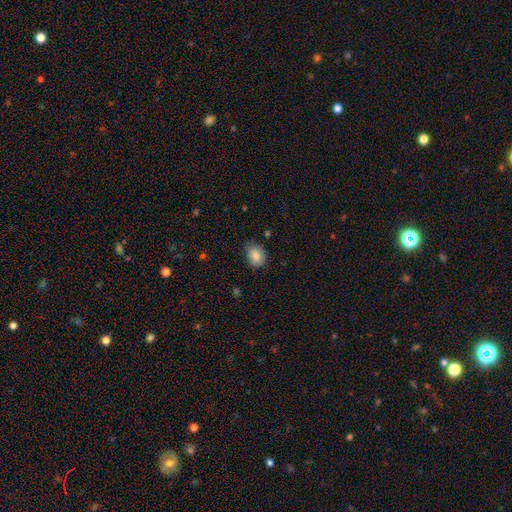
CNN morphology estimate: type=smooth (85%); roundness=in between (66%); merging=none (73%).